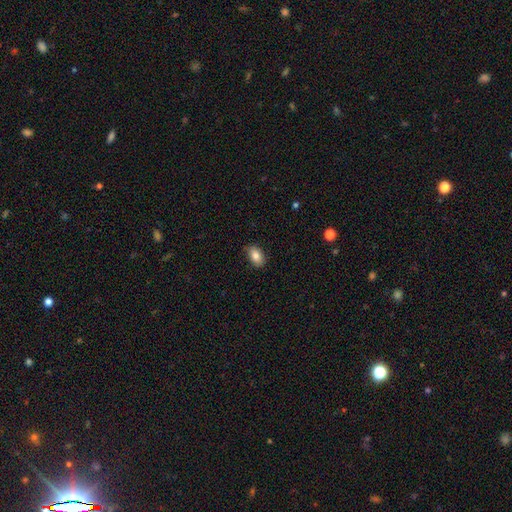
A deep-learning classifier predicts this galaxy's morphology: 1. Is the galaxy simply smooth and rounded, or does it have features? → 82% smooth, 10% featured or disk, 8% star or artifact.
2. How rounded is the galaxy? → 88% in between, 10% round, 2% cigar-shaped.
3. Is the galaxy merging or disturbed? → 86% none, 11% minor disturbance, 2% major disturbance, 1% merger.